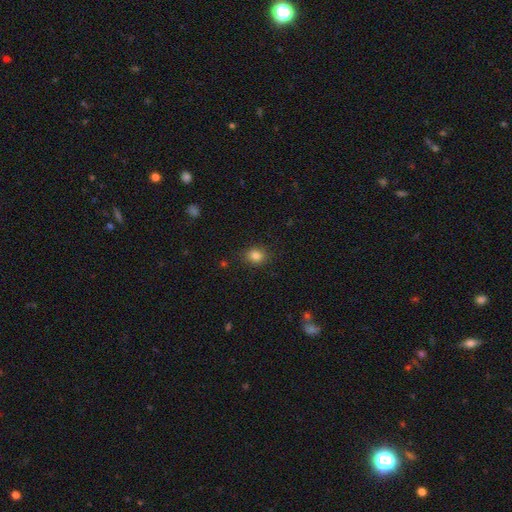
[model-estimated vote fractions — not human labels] smooth-or-featured: smooth: 84% | star or artifact: 11% | featured or disk: 5%
  how-rounded: round: 69% | in between: 30% | cigar-shaped: 1%
  merging: none: 87% | minor disturbance: 9% | major disturbance: 3% | merger: 1%